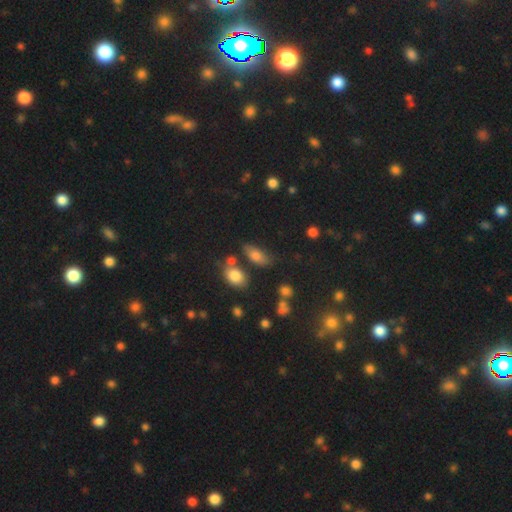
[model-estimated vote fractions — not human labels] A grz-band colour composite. It shows a smooth galaxy with no disk features (74%) that is in between round and cigar-shaped (82%). Merging: none (63%).